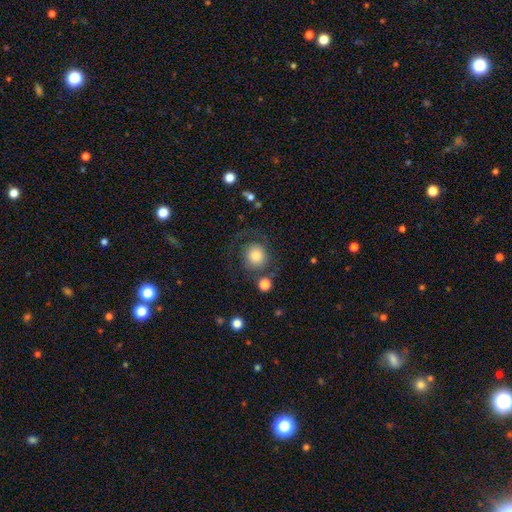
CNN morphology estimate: This appears to be a smooth galaxy with no disk features (76%) that is round (88%). Merging: none (63%).